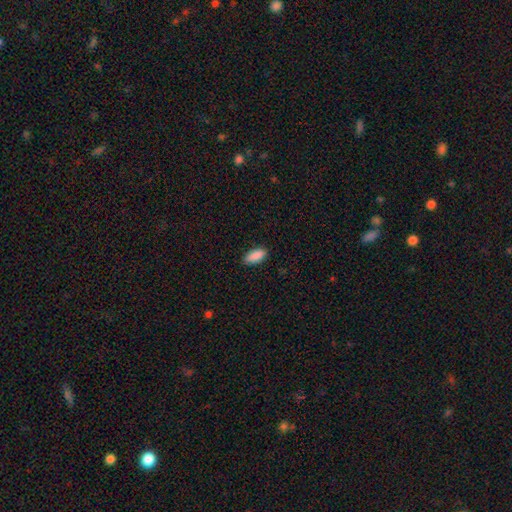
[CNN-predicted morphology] A smooth galaxy with no disk features (90%) that is in between round and cigar-shaped (83%). Merging: none (85%).